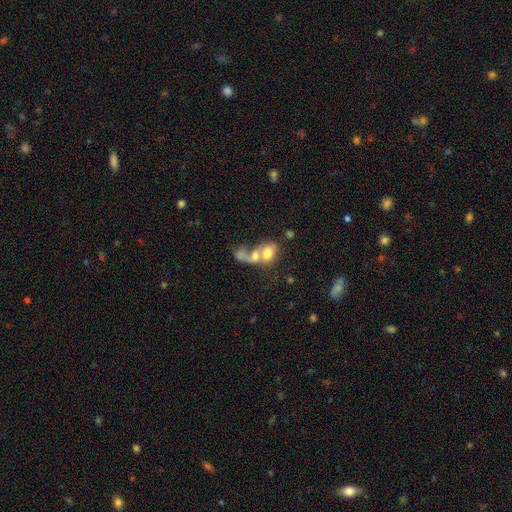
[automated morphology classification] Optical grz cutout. It shows a smooth galaxy with no disk features (55%) that is in between round and cigar-shaped (52%). Merging: merger (65%).